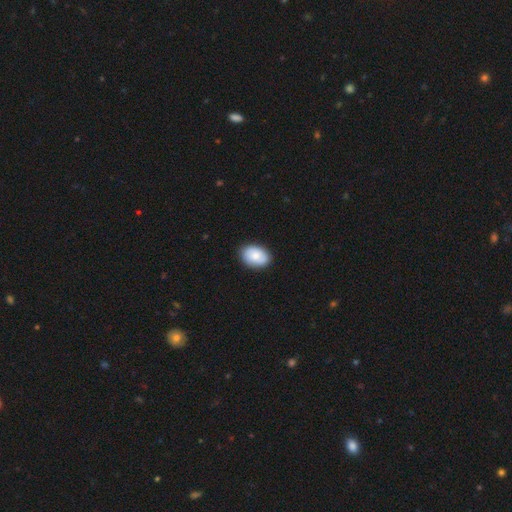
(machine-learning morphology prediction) A smooth galaxy with no disk features (74%) that is in between round and cigar-shaped (83%).

Vote fractions:
- Smooth or featured? smooth: 74% / featured or disk: 20% / star or artifact: 6%
- How rounded? in between: 83% / round: 16% / cigar-shaped: 1%
- Merging? none: 86% / minor disturbance: 11% / major disturbance: 2% / merger: 1%